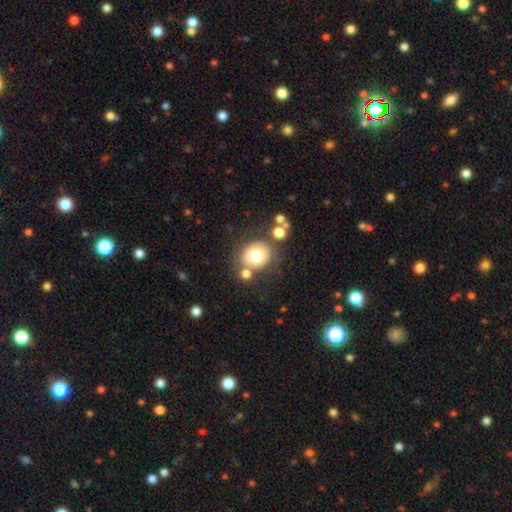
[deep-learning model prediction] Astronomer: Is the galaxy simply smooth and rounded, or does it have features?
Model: smooth — 69%.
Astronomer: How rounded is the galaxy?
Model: round — 82%.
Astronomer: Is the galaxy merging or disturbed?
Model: none — 70%.